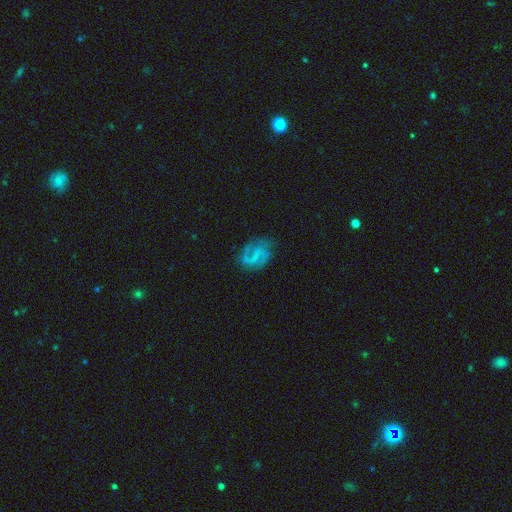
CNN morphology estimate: A featured or disk galaxy (68%) with a weak bar (44%), 2 (78%) medium (43%) spiral arms (85%) and no central bulge (65%).

Vote fractions:
- Smooth or featured? featured or disk: 68% / smooth: 23% / star or artifact: 10%
- Edge-on disk? no: 98% / yes: 2%
- Bar? weak: 44% / no: 35% / strong: 21%
- Spiral arms? yes: 85% / no: 15%
- Spiral winding? medium: 43% / loose: 38% / tight: 19%
- Spiral arm count? 2: 78% / can't tell: 9% / 1: 8% / 3: 3% / 4: 1% / more than 4: 1%
- Bulge size? none: 65% / small: 23% / moderate: 9% / large: 2% / dominant: 1%
- Merging? none: 63% / minor disturbance: 20% / major disturbance: 14% / merger: 2%